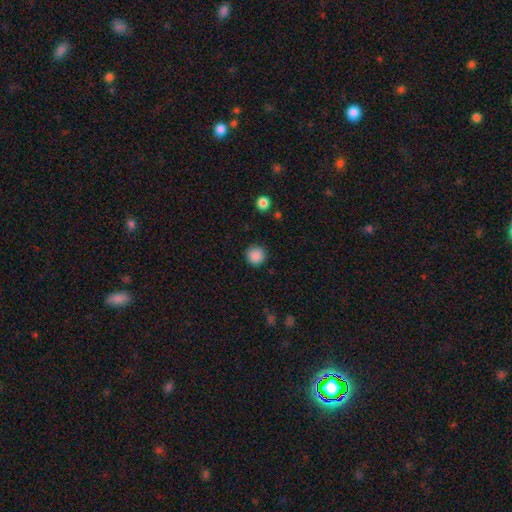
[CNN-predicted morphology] This appears to be a smooth galaxy with no disk features (88%) that is round (95%). Merging: none (88%).